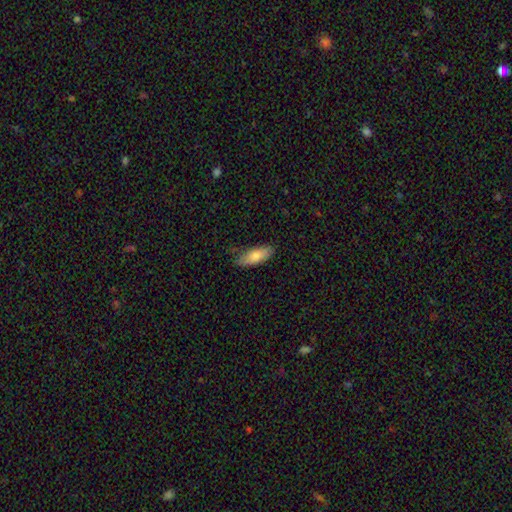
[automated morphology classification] Smooth or featured? Predicted: smooth (p=0.77). How rounded? Predicted: in between (p=0.70). Merging? Predicted: none (p=0.78).